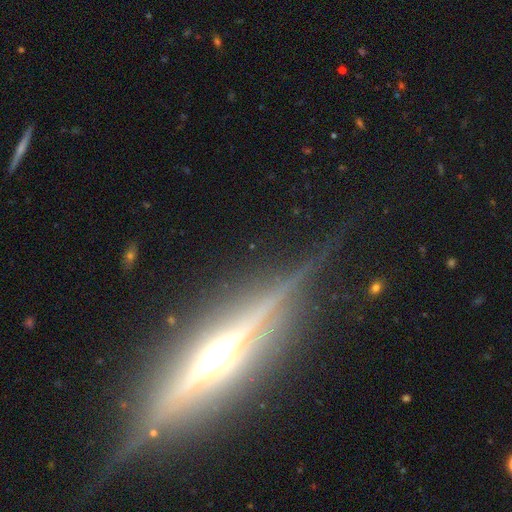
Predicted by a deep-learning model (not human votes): The model was most divided on "merging": none: 80%, minor disturbance: 14%, major disturbance: 5%, merger: 2%. More confident: edge-on disk — yes (95%); edge-on bulge — rounded (85%); smooth or featured — featured or disk (84%).